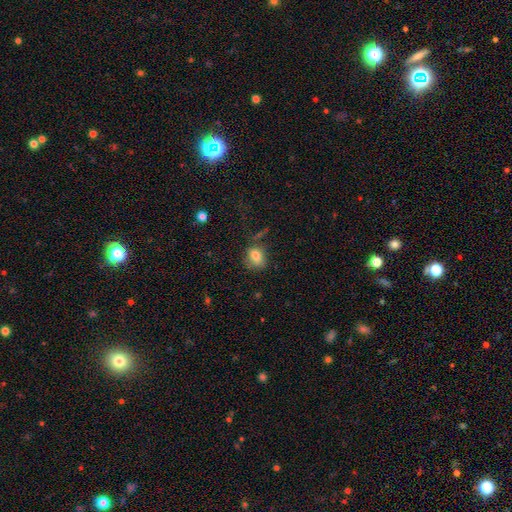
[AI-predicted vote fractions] smooth-or-featured: smooth: 77% | featured or disk: 13% | star or artifact: 11%
  how-rounded: in between: 61% | round: 37% | cigar-shaped: 2%
  merging: none: 59% | minor disturbance: 25% | major disturbance: 11% | merger: 5%